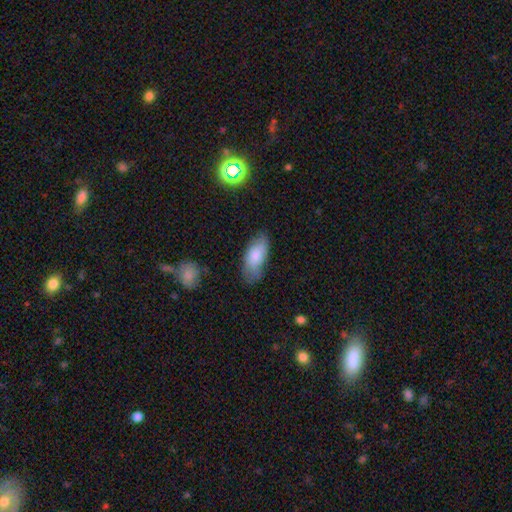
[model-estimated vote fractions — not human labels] Q: Smooth or featured?
A: smooth (79%); runner-up: featured or disk (14%)
Q: How rounded?
A: in between (88%); runner-up: cigar-shaped (10%)
Q: Merging?
A: none (63%); runner-up: minor disturbance (27%)